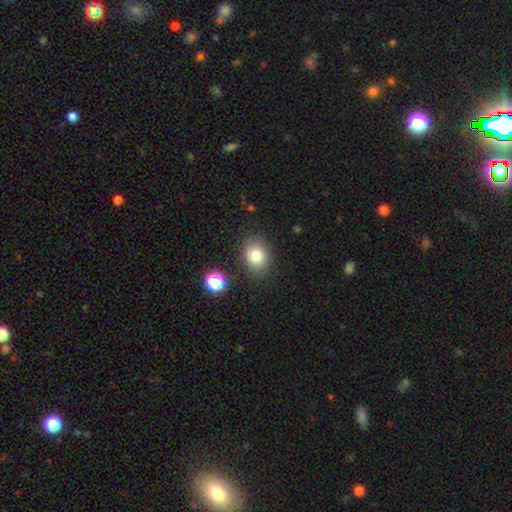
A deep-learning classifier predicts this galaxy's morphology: smooth_or_featured: smooth (p=0.80) [alt: star or artifact p=0.12]
how_rounded: round (p=0.52) [alt: in between p=0.48]
merging: none (p=0.84) [alt: minor disturbance p=0.10]